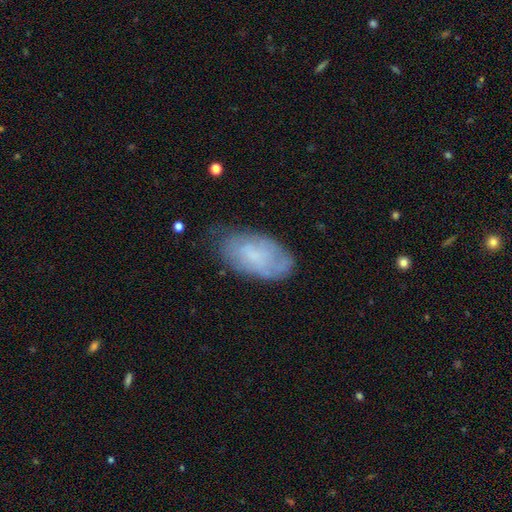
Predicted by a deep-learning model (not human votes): Overall: smooth (54%; featured or disk 37%). How rounded: in between (94%). Merging: none (62%; minor disturbance 28%).